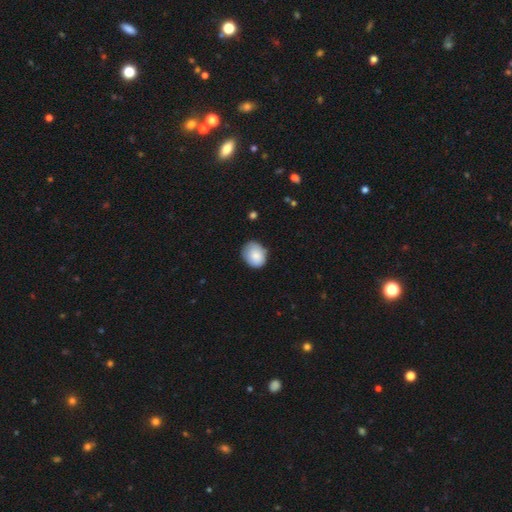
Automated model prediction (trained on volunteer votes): Morphology: type=smooth (84%); roundness=round (52%); merging=none (72%).